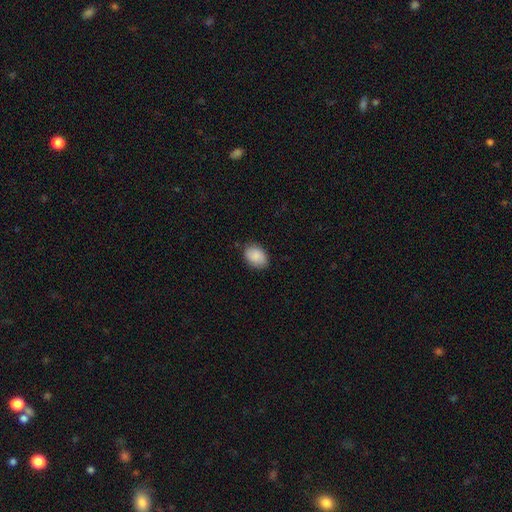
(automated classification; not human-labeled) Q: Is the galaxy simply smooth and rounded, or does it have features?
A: smooth — 87%.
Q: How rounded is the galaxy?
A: in between — 75%.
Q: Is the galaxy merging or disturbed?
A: none — 81%.